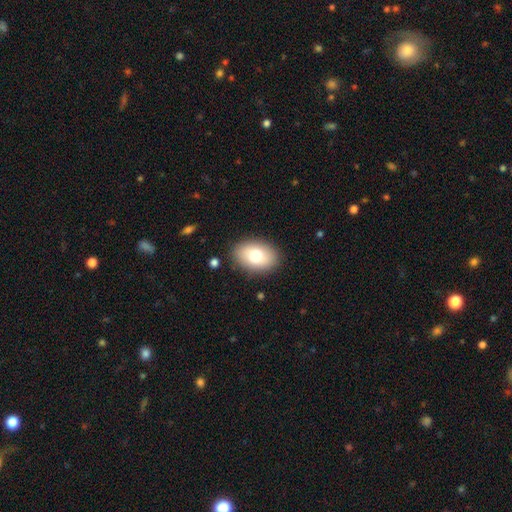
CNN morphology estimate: type=smooth (76%); roundness=in between (83%); merging=none (87%).